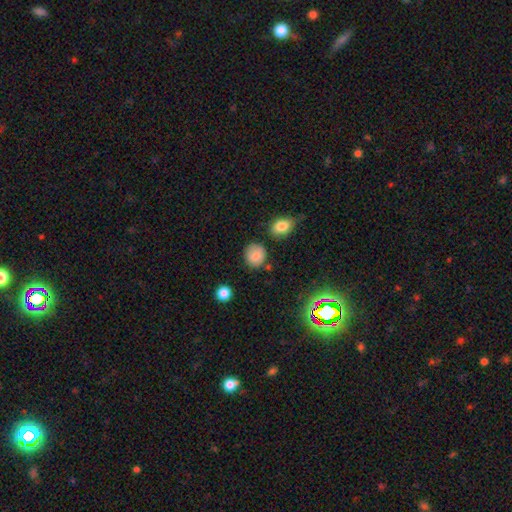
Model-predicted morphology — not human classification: smooth-or-featured: smooth: 83% | star or artifact: 10% | featured or disk: 7%
  how-rounded: round: 82% | in between: 17% | cigar-shaped: 1%
  merging: none: 78% | minor disturbance: 15% | major disturbance: 4% | merger: 3%